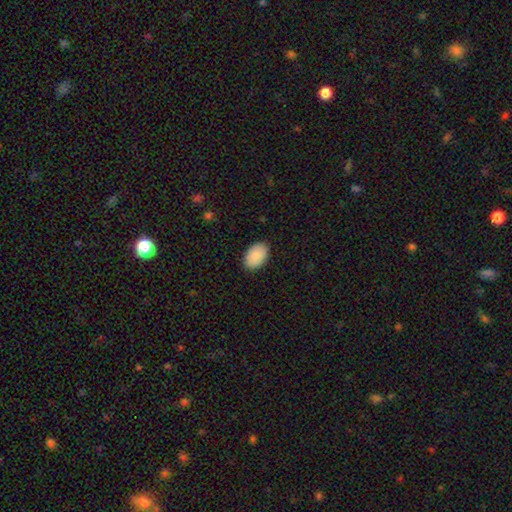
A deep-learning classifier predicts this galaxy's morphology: Smooth or featured? smooth (90%)
How rounded? in between (91%)
Merging? none (88%)